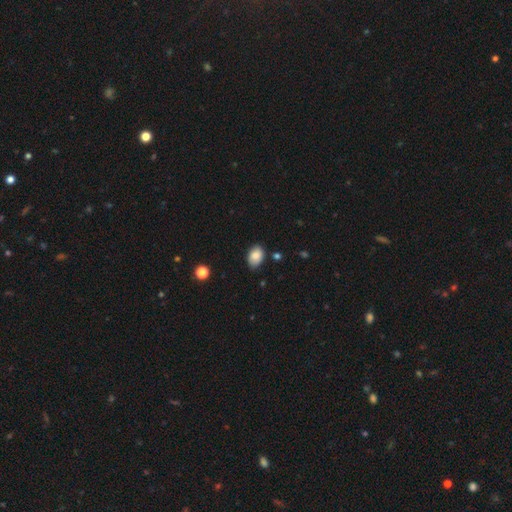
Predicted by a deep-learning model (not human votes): The model was most divided on "merging": none: 78%, minor disturbance: 17%, major disturbance: 3%, merger: 2%. More confident: how rounded — in between (85%); smooth or featured — smooth (84%).